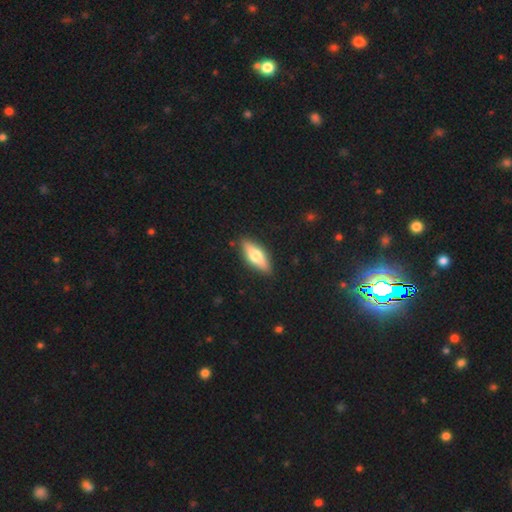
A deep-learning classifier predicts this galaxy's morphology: Smooth or featured? smooth (52%)
How rounded? in between (59%)
Merging? none (88%)